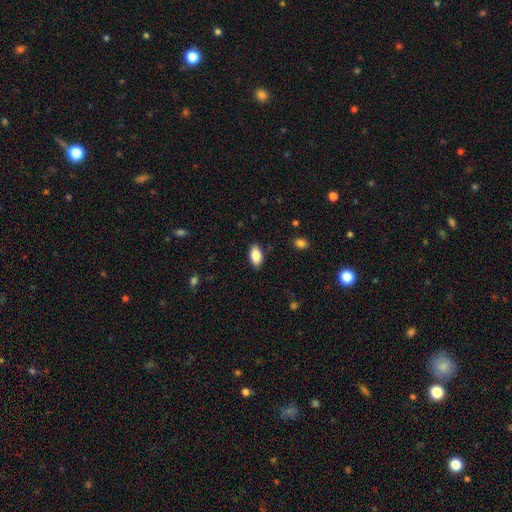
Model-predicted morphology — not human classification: smooth_or_featured: smooth (p=0.86) [alt: featured or disk p=0.07]
how_rounded: in between (p=0.93) [alt: cigar-shaped p=0.04]
merging: none (p=0.88) [alt: minor disturbance p=0.09]